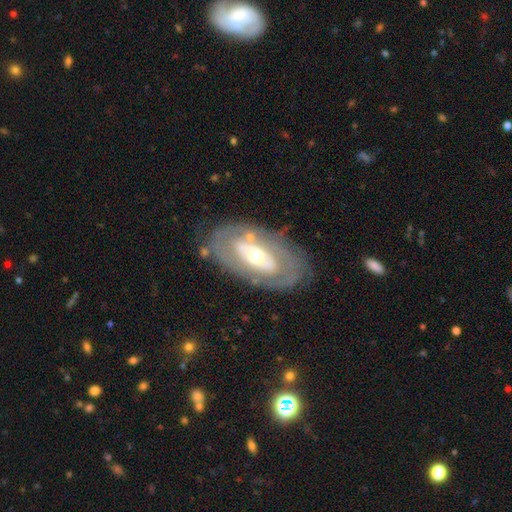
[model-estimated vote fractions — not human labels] Smooth or featured: featured or disk — 70% (smooth — 25%)
Edge-on disk: no — 90% (yes — 10%)
Bar: no — 67% (weak — 20%)
Spiral arms: no — 69% (yes — 31%)
Bulge size: moderate — 65% (small — 25%)
Merging: none — 77% (minor disturbance — 14%)